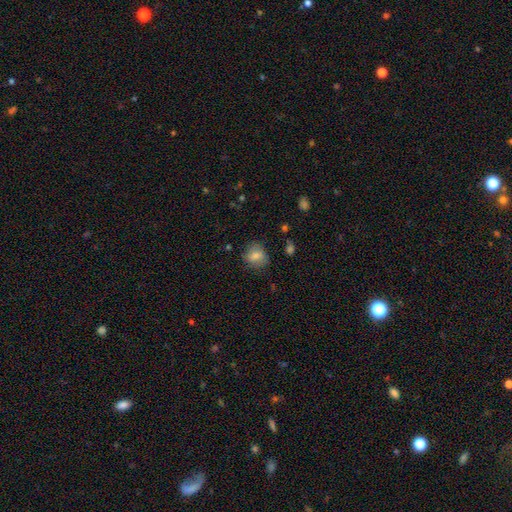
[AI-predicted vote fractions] Overall: smooth (76%). How rounded: round (74%). Merging: none (76%).